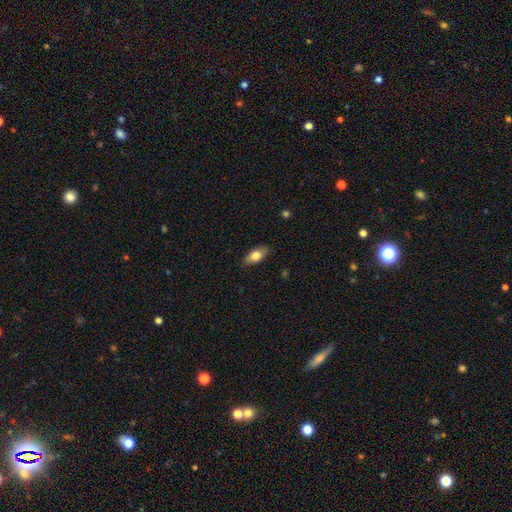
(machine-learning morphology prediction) Smooth or featured: smooth — 75% (featured or disk — 19%)
How rounded: in between — 86% (cigar-shaped — 10%)
Merging: none — 86% (minor disturbance — 10%)